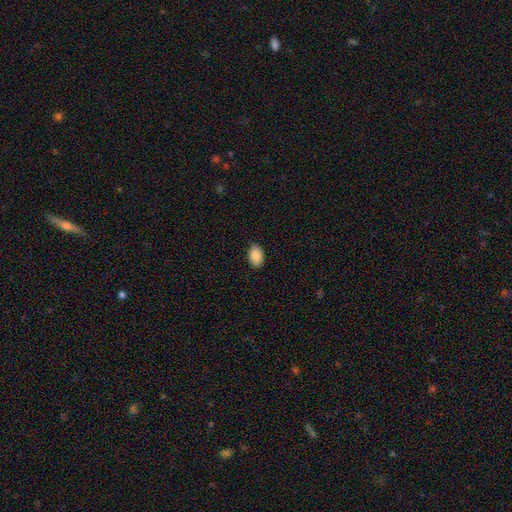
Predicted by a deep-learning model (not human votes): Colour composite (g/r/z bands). It shows a smooth galaxy with no disk features (89%) that is in between round and cigar-shaped (89%). Merging: none (85%).